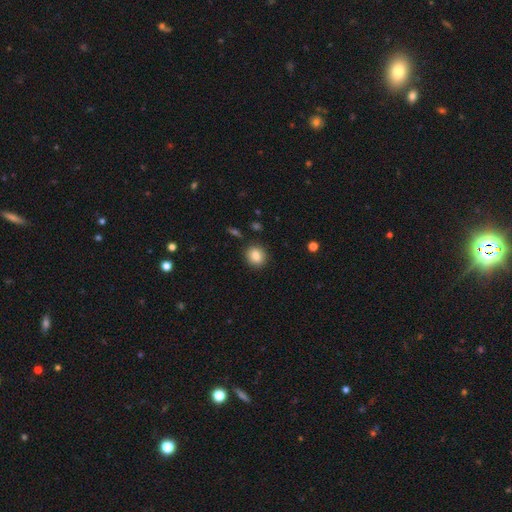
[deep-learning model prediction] smooth-or-featured: smooth: 84% | star or artifact: 9% | featured or disk: 7%
  how-rounded: round: 78% | in between: 21% | cigar-shaped: 1%
  merging: none: 89% | minor disturbance: 7% | major disturbance: 2% | merger: 2%